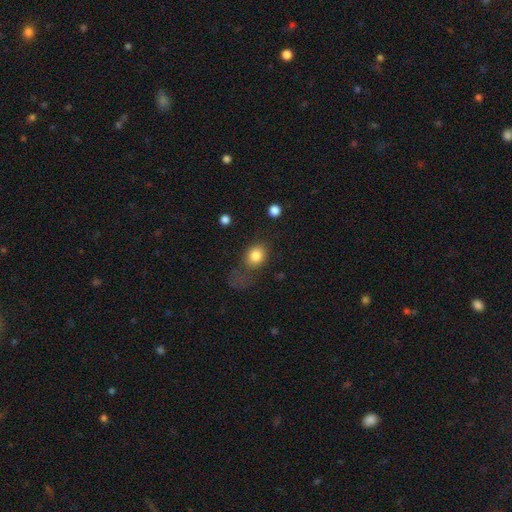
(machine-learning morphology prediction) Smooth or featured: smooth — 83% (star or artifact — 9%)
How rounded: round — 50% (in between — 49%)
Merging: none — 55% (minor disturbance — 21%)